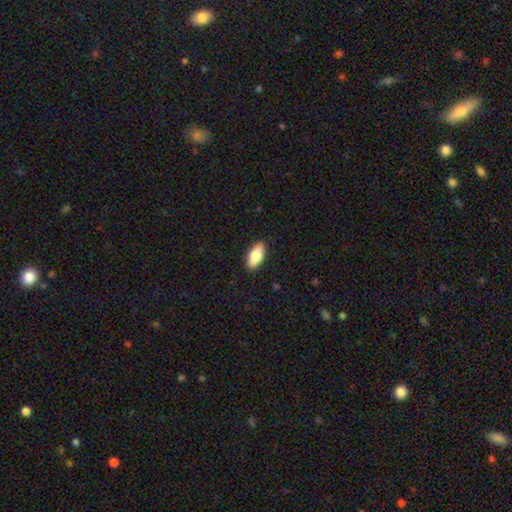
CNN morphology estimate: A smooth galaxy with no disk features (82%) that is in between round and cigar-shaped (88%).

Vote fractions:
- Smooth or featured? smooth: 82% / featured or disk: 12% / star or artifact: 6%
- How rounded? in between: 88% / cigar-shaped: 10% / round: 3%
- Merging? none: 89% / minor disturbance: 8% / major disturbance: 2% / merger: 1%